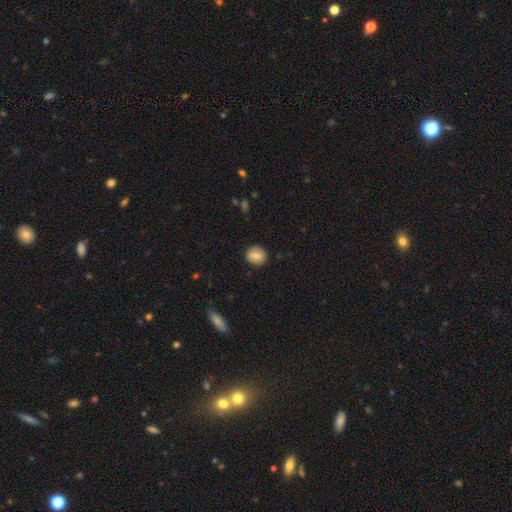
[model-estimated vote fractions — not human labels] smooth-or-featured: smooth: 79% | featured or disk: 13% | star or artifact: 8%
  how-rounded: round: 82% | in between: 17% | cigar-shaped: 1%
  merging: none: 88% | minor disturbance: 8% | major disturbance: 2% | merger: 1%